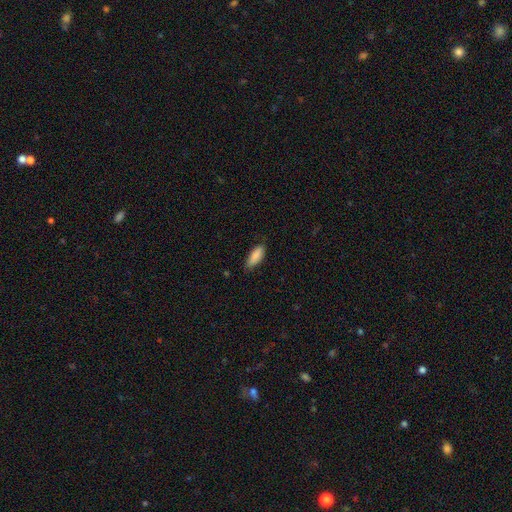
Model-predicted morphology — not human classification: A smooth galaxy with no disk features (88%) that is in between round and cigar-shaped (74%). Merging: none (76%).